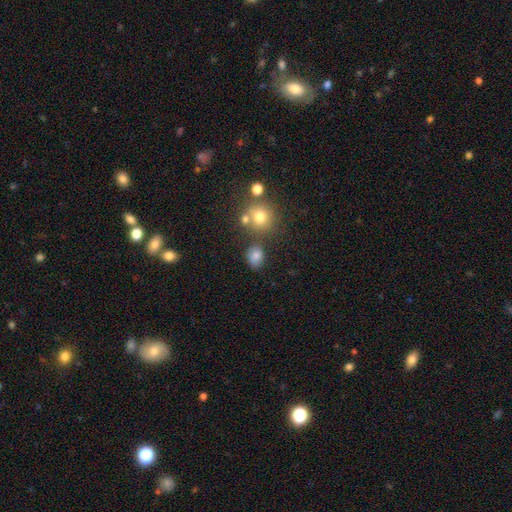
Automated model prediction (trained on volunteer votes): This appears to be a smooth galaxy with no disk features (78%) that is round (51%). Merging: none (69%).